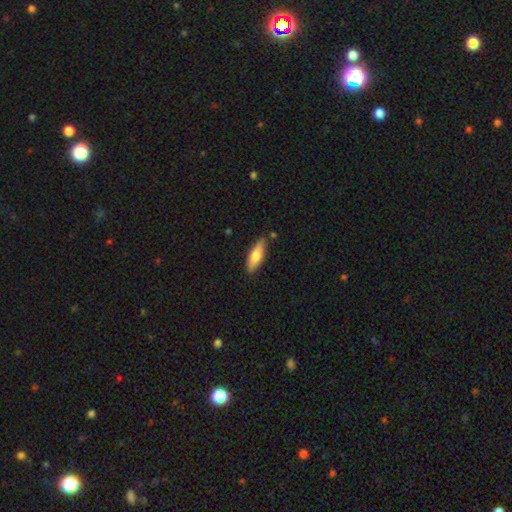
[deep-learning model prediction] A smooth galaxy with no disk features (74%) that is in between round and cigar-shaped (50%). Merging: none (81%).